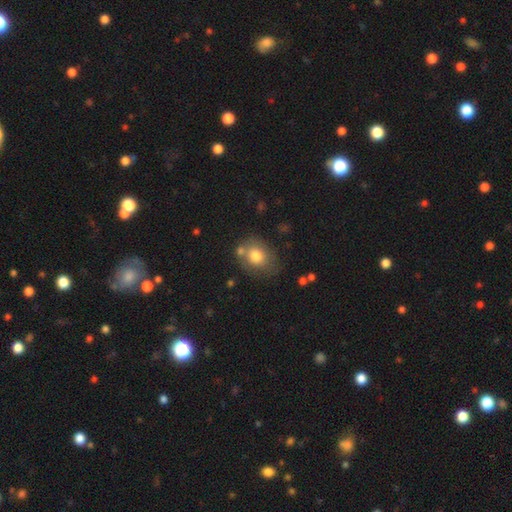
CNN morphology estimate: type=smooth (76%); roundness=in between (50%); merging=none (62%).